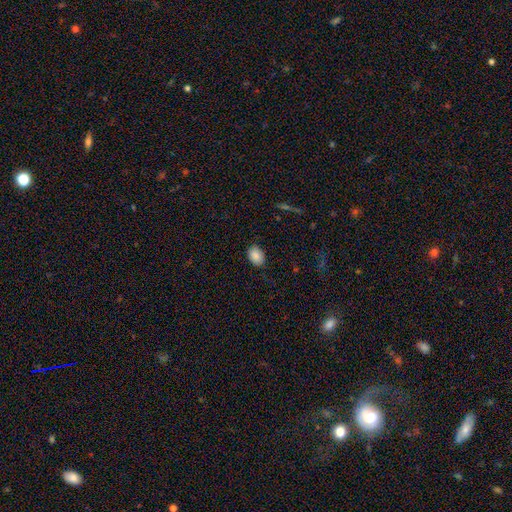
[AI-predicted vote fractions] Q: Smooth or featured?
A: smooth (87%); runner-up: star or artifact (8%)
Q: How rounded?
A: in between (71%); runner-up: round (28%)
Q: Merging?
A: none (82%); runner-up: minor disturbance (14%)